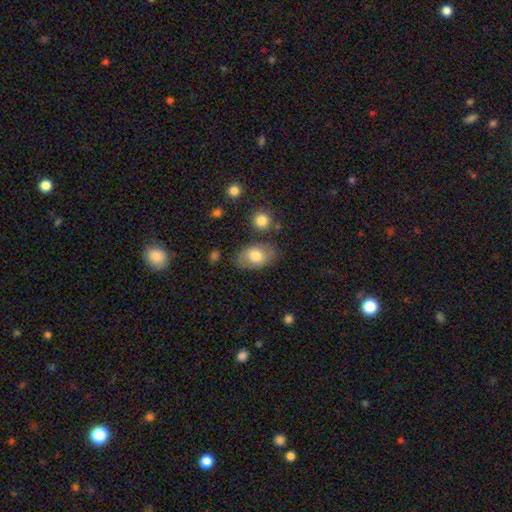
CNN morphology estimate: This is likely a smooth galaxy (75%). How rounded: clearly in between (86%). Merging: likely none (76%).